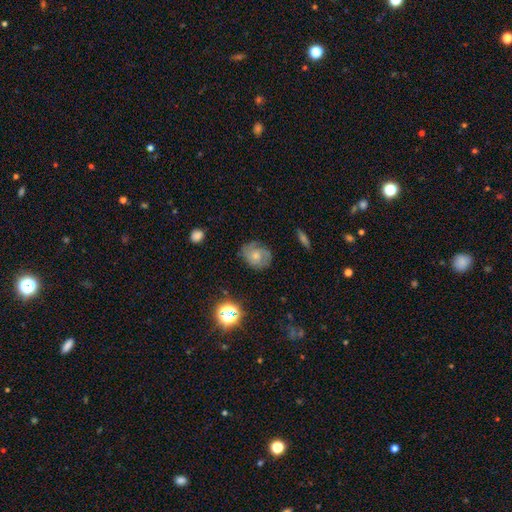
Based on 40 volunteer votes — featured or disk 60%, smooth 32%, star or artifact 8%. Down the decision tree: edge-on disk — no (100%); bar — no (92%); spiral arms — yes (92%); spiral arm count — can't tell (50%); spiral winding — tight (55%); bulge size — small (50%); merging — none (68%).